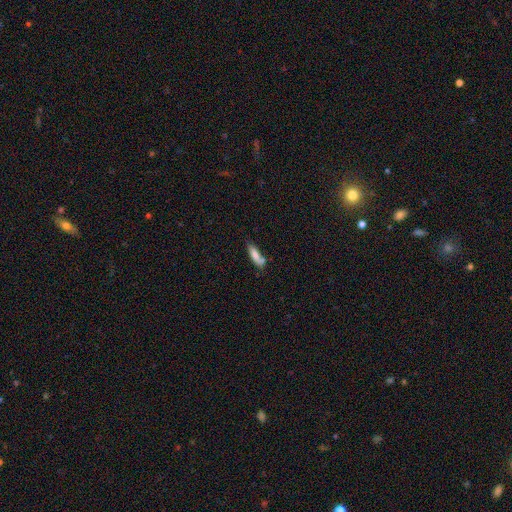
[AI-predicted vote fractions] smooth_or_featured: smooth (p=0.76) [alt: featured or disk p=0.16]
how_rounded: cigar-shaped (p=0.56) [alt: in between p=0.42]
merging: none (p=0.50) [alt: minor disturbance p=0.23]